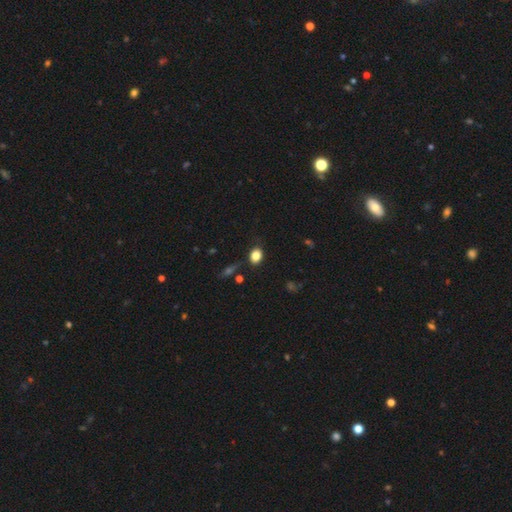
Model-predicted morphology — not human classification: This is clearly a smooth galaxy (83%). How rounded: possibly in between (57%). Merging: likely none (77%).